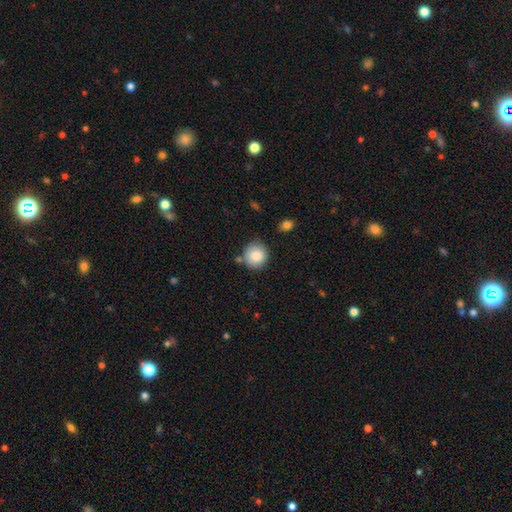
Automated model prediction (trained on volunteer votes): Smooth or featured? smooth (86%)
How rounded? round (91%)
Merging? none (76%)